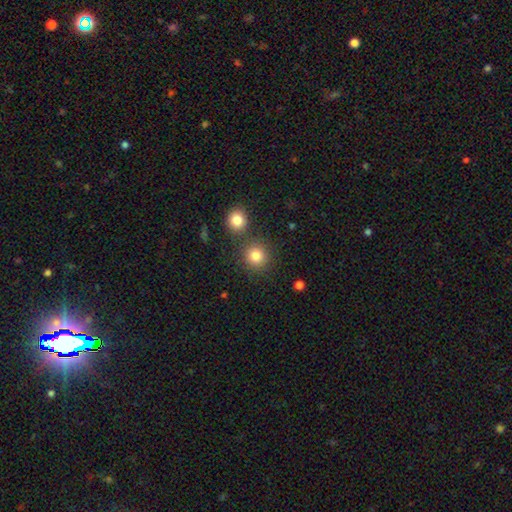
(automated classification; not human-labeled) The model was most divided on "merging": none: 77%, merger: 12%, minor disturbance: 7%, major disturbance: 3%. More confident: how rounded — round (91%); smooth or featured — smooth (83%).